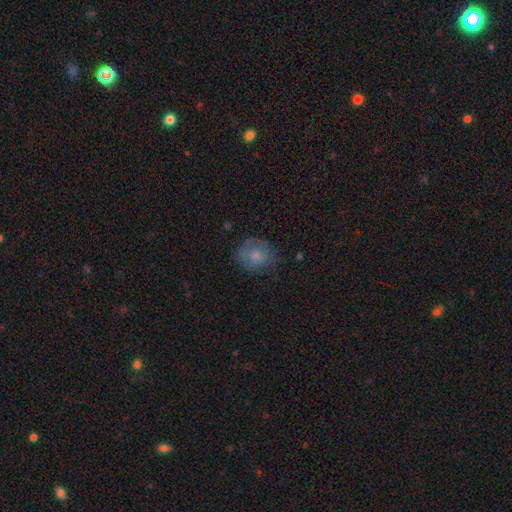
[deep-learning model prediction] Overall: smooth (74%). How rounded: round (72%). Merging: none (67%).